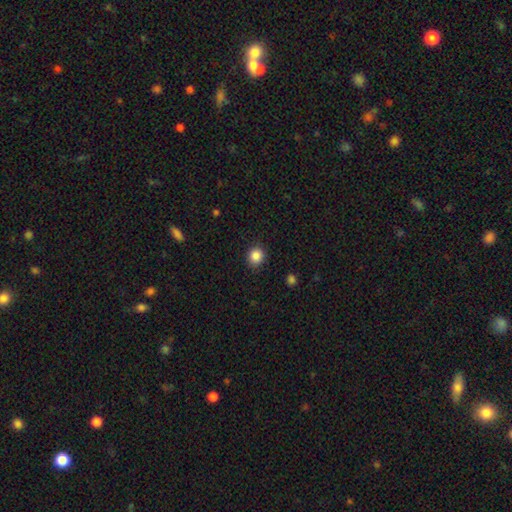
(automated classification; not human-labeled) Smooth or featured: smooth — 86% (star or artifact — 10%)
How rounded: round — 81% (in between — 18%)
Merging: none — 89% (minor disturbance — 8%)